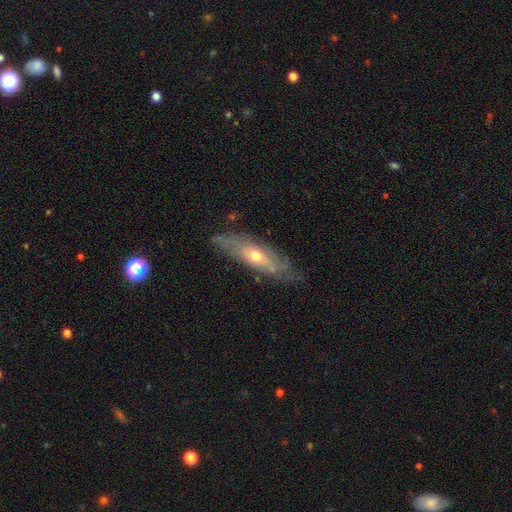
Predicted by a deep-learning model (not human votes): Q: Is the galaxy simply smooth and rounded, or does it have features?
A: featured or disk — 61%.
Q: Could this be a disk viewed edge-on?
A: no — 63%.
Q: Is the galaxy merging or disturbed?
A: none — 68%.